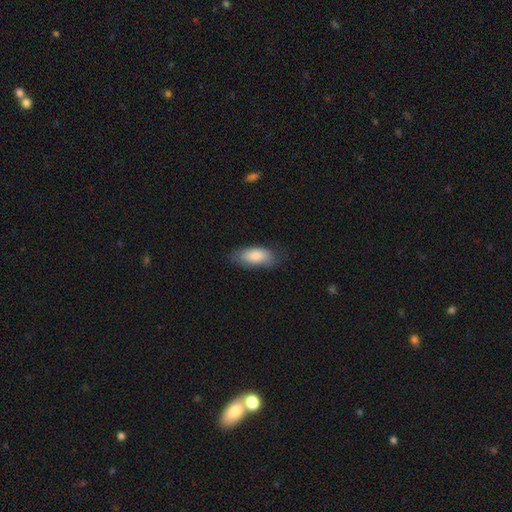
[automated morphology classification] This is clearly a smooth galaxy (82%). How rounded: clearly in between (88%). Merging: likely none (72%).